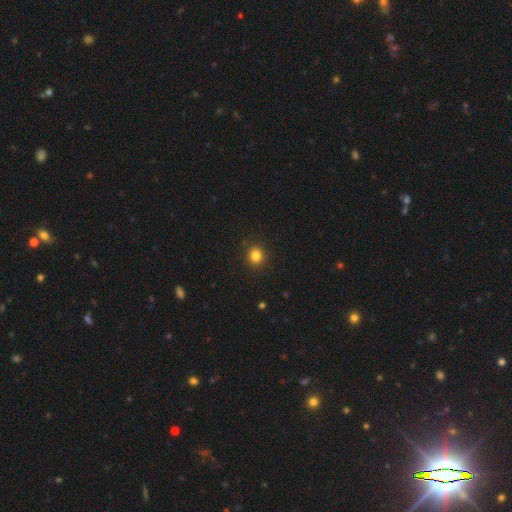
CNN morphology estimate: Overall: smooth (83%). How rounded: round (87%). Merging: none (90%).